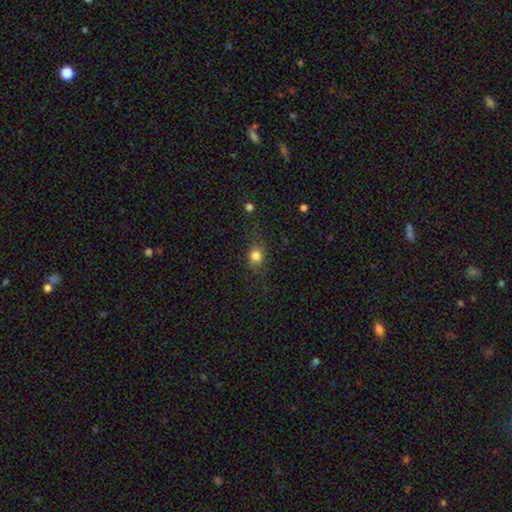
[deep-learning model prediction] Overall: smooth (79%). How rounded: round (66%; in between 32%). Merging: none (76%).